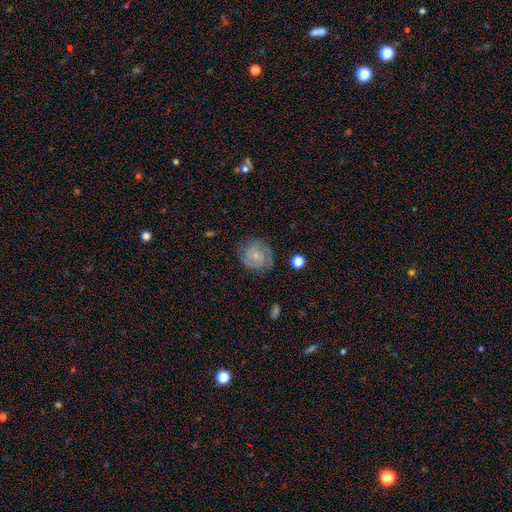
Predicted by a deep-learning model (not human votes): Overall: featured or disk (51%; smooth 41%). Edge-on disk: no (98%). Merging: none (75%).